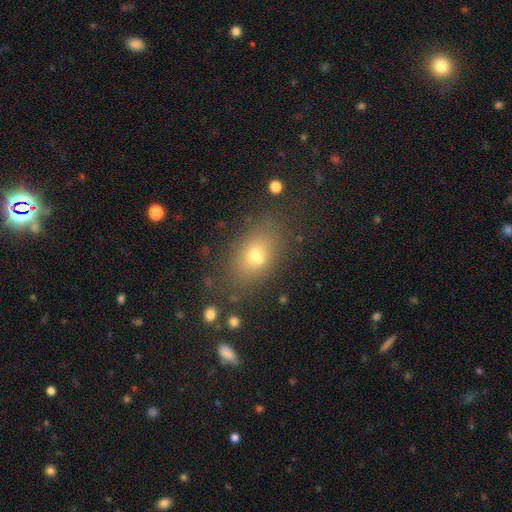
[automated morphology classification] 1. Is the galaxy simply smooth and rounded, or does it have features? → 64% smooth, 20% featured or disk, 16% star or artifact.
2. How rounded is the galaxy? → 78% in between, 19% round, 3% cigar-shaped.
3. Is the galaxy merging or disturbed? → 63% none, 16% merger, 14% minor disturbance, 7% major disturbance.